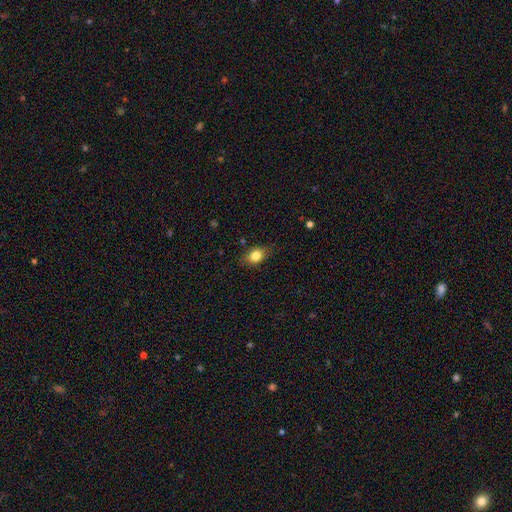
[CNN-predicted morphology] This is clearly a smooth galaxy (81%). How rounded: likely in between (67%). Merging: likely none (79%).